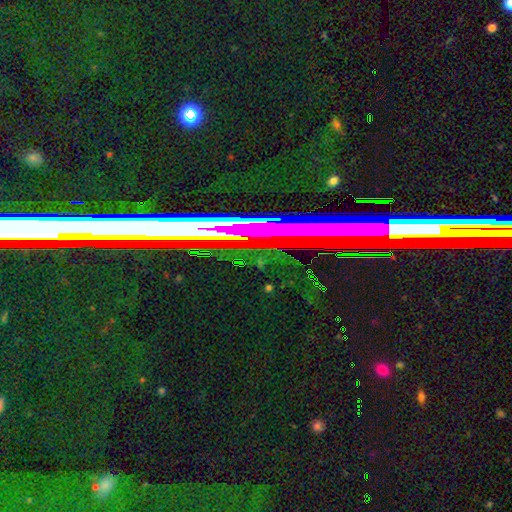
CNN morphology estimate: Smooth or featured?
  - star or artifact: 71% *
  - featured or disk: 17%
  - smooth: 12%